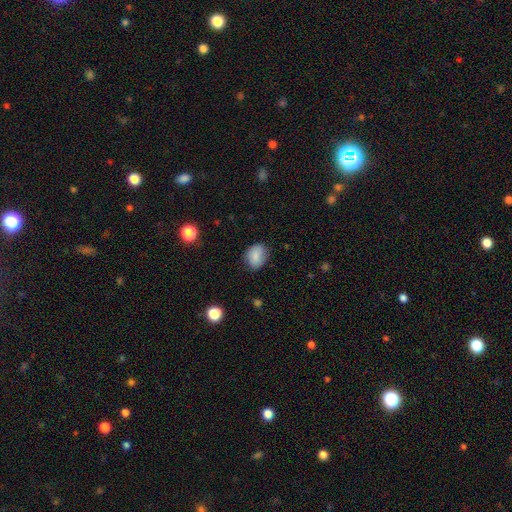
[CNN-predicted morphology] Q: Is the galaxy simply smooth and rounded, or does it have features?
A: smooth — 84%.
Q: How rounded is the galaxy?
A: in between — 60%.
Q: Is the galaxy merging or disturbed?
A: none — 76%.